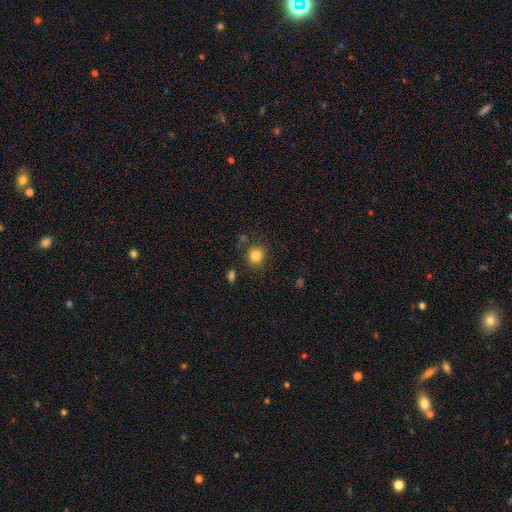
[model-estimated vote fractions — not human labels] Q: Smooth or featured?
A: smooth (83%); runner-up: star or artifact (11%)
Q: How rounded?
A: round (82%); runner-up: in between (17%)
Q: Merging?
A: none (82%); runner-up: minor disturbance (10%)